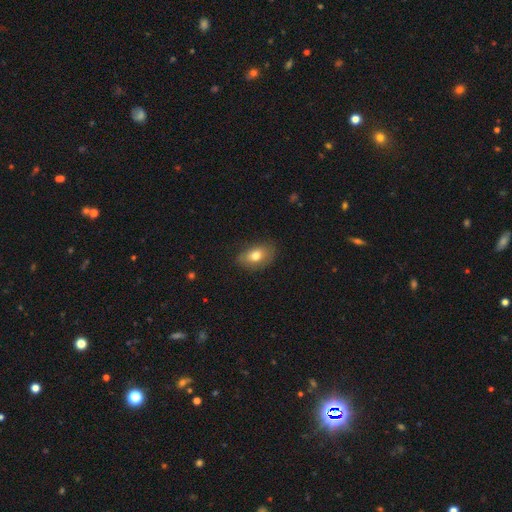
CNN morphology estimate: This appears to be a smooth galaxy with no disk features (75%) that is in between round and cigar-shaped (84%). Merging: none (76%).